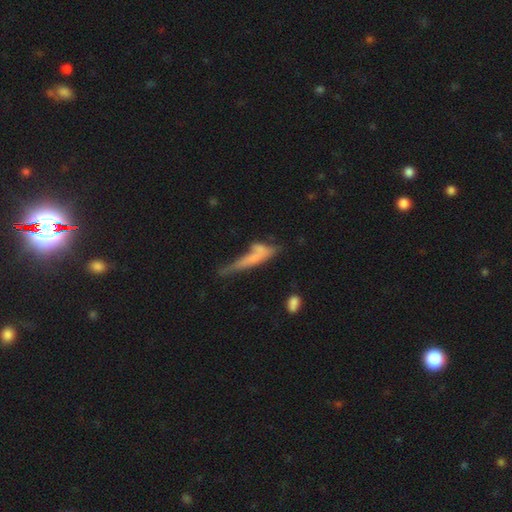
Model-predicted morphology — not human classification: Q: Smooth or featured?
A: smooth (54%); runner-up: featured or disk (35%)
Q: How rounded?
A: cigar-shaped (78%); runner-up: in between (19%)
Q: Merging?
A: none (31%); runner-up: major disturbance (24%)